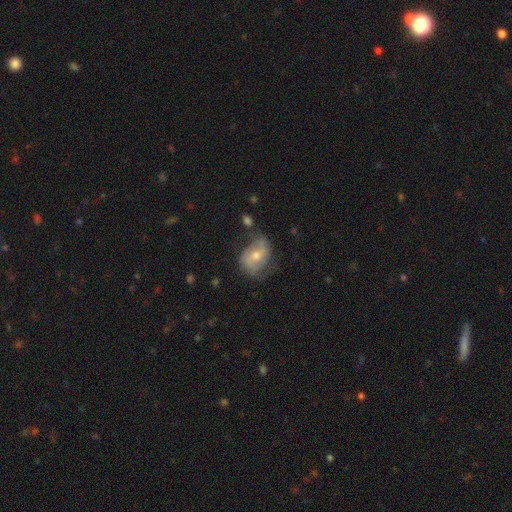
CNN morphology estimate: type=featured or disk (60%); edge-on=no (95%); bar=no (50%); spiral arms=yes (74%); bulge=moderate (59%); merging=none (56%).